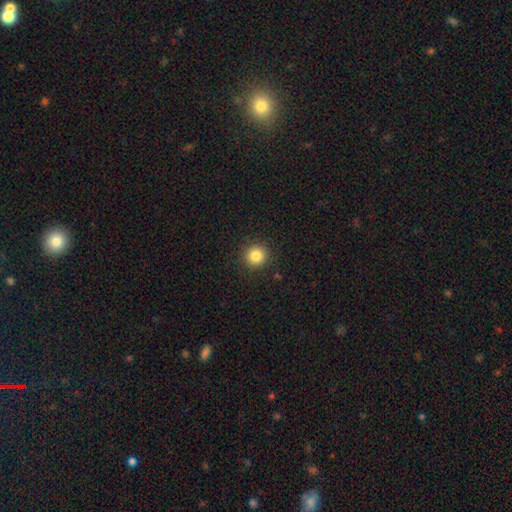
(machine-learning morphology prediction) Q: Smooth or featured?
A: smooth (84%); runner-up: star or artifact (11%)
Q: How rounded?
A: round (93%); runner-up: in between (6%)
Q: Merging?
A: none (91%); runner-up: minor disturbance (6%)